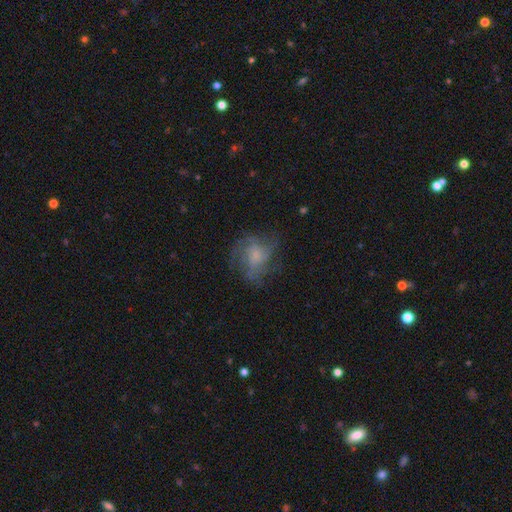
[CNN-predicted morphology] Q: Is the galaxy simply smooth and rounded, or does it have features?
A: featured or disk — 60%.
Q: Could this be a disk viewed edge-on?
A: no — 97%.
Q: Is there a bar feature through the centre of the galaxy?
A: no — 75%.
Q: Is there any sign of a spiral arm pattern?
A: yes — 82%.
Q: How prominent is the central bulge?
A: small — 50%.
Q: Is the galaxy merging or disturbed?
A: none — 63%.